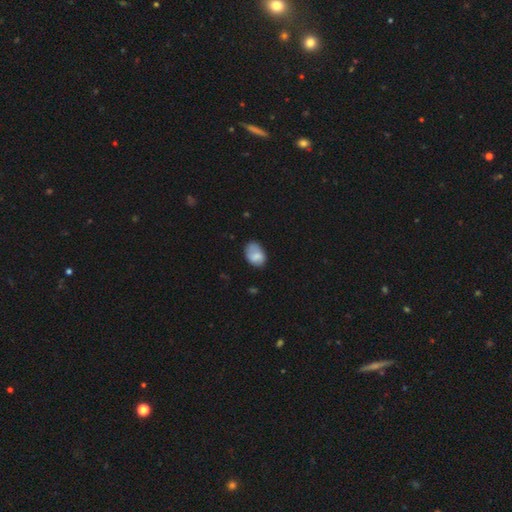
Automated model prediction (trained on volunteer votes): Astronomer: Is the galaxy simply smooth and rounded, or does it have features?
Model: smooth — 77%.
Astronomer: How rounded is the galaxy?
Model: in between — 82%.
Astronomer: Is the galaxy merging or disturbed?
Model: none — 53% (runner-up: minor disturbance, 33%).